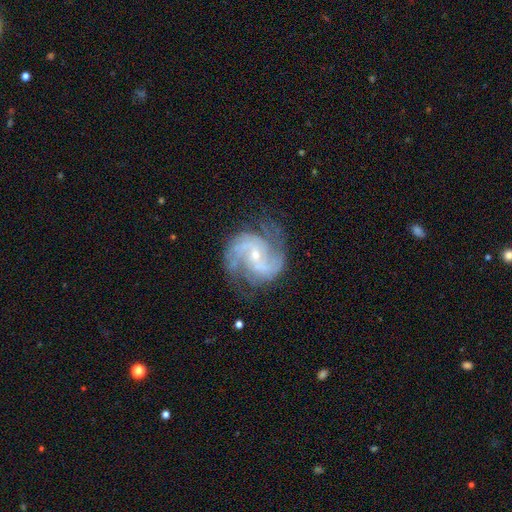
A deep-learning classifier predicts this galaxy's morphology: This appears to be a featured or disk galaxy (89%) with no bar (48%), 2 (71%) medium (53%) spiral arms (97%) and a small central bulge (71%). Merging: none (71%).